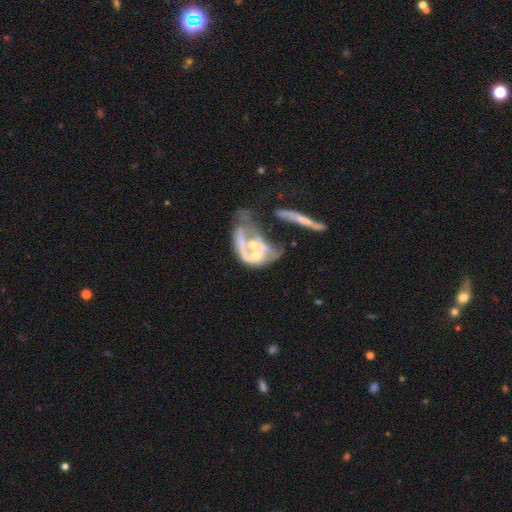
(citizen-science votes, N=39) Volunteers were most divided on "merging": merger: 51%, major disturbance: 30%, none: 11%, minor disturbance: 8%. More confident: edge-on disk — no (97%); bar — no (86%); spiral arms — no (79%); smooth or featured — featured or disk (77%); bulge size — moderate (66%).